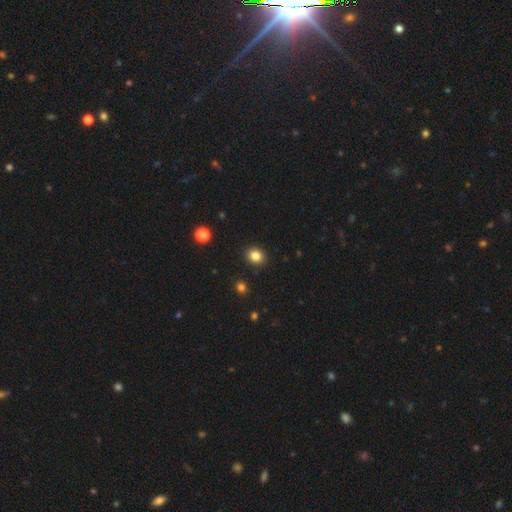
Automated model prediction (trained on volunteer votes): A smooth galaxy with no disk features (84%) that is round (71%).

Vote fractions:
- Smooth or featured? smooth: 84% / star or artifact: 11% / featured or disk: 5%
- How rounded? round: 71% / in between: 28% / cigar-shaped: 1%
- Merging? none: 91% / minor disturbance: 6% / major disturbance: 2% / merger: 1%